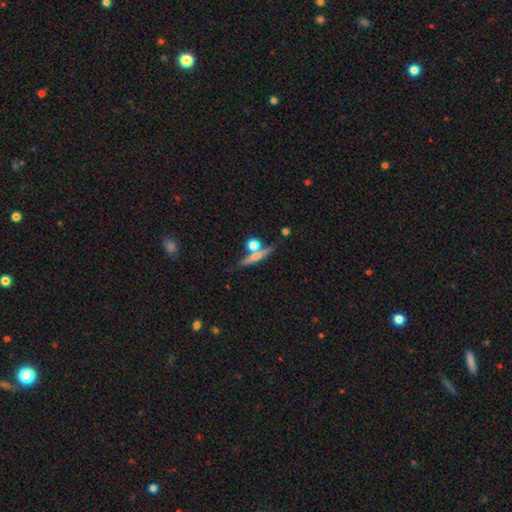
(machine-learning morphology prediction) This appears to be a featured or disk galaxy (47%). Merging: none (62%).